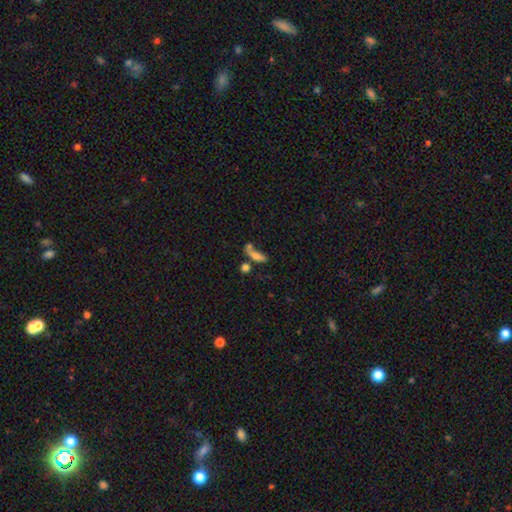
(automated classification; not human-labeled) A smooth galaxy with no disk features (70%) that is in between round and cigar-shaped (61%).

Vote fractions:
- Smooth or featured? smooth: 70% / featured or disk: 17% / star or artifact: 13%
- How rounded? in between: 61% / cigar-shaped: 31% / round: 9%
- Merging? merger: 38% / none: 34% / minor disturbance: 14% / major disturbance: 14%